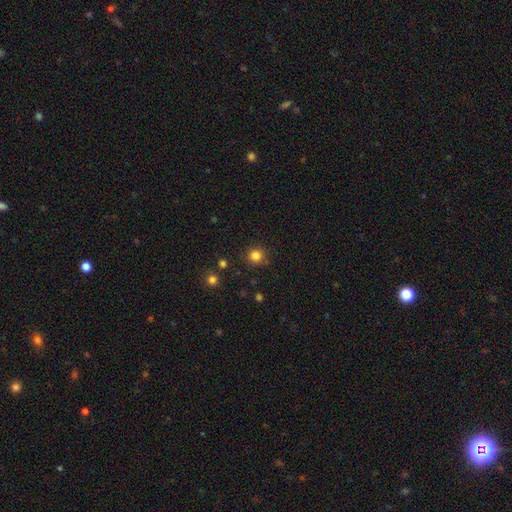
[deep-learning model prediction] A smooth galaxy with no disk features (82%) that is round (94%). Merging: none (88%).